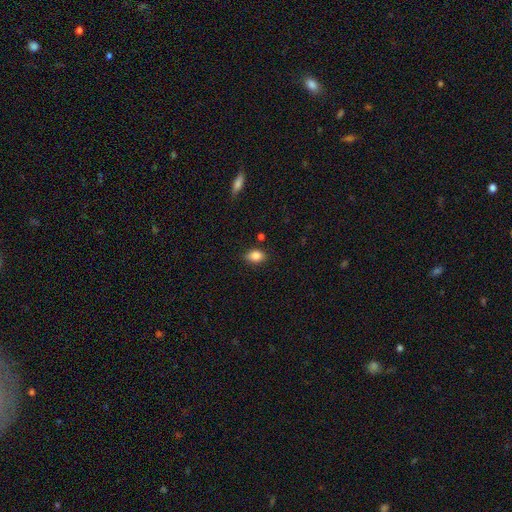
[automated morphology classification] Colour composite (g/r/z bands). It shows a smooth galaxy with no disk features (85%) that is in between round and cigar-shaped (73%). Merging: none (78%).